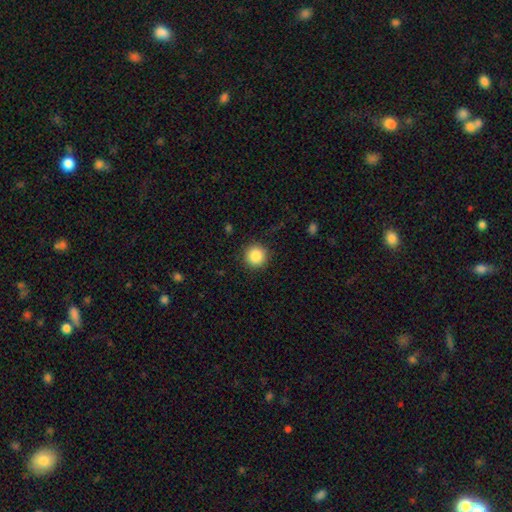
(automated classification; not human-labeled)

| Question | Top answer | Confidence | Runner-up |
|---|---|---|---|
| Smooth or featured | smooth | 86% | star or artifact (9%) |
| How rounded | round | 95% | in between (4%) |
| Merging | none | 91% | minor disturbance (6%) |